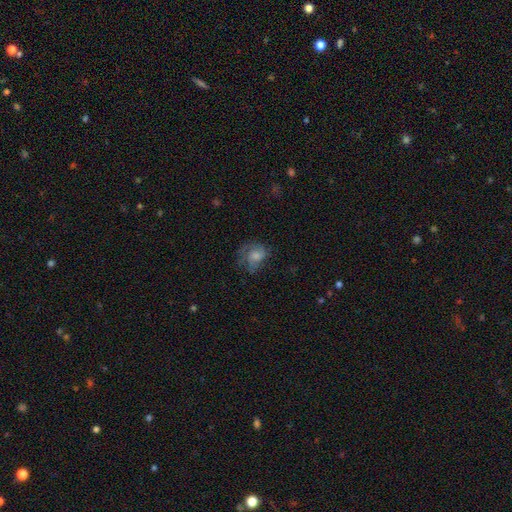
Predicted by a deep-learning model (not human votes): The model was most divided on "how rounded": round: 57%, in between: 42%, cigar-shaped: 1%. Remaining: smooth or featured — smooth (60%); merging — none (44%).